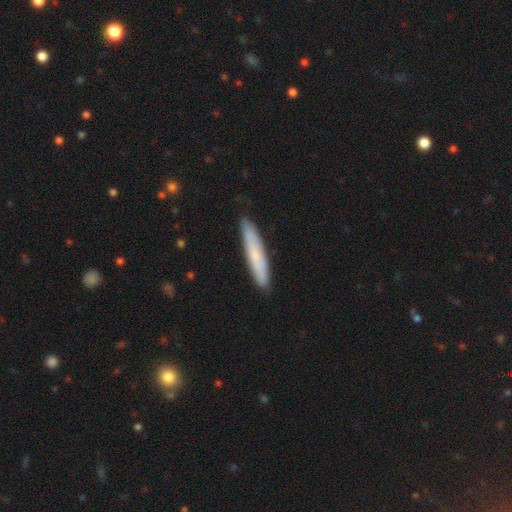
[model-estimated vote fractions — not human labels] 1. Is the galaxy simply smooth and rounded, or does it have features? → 68% smooth, 26% featured or disk, 6% star or artifact.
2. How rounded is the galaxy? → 93% cigar-shaped, 6% in between, 1% round.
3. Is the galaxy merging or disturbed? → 88% none, 9% minor disturbance, 2% major disturbance, 1% merger.